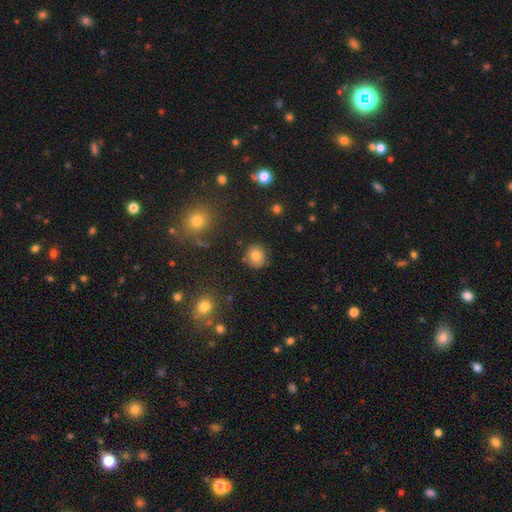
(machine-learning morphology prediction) Smooth or featured? Predicted: smooth (p=0.81). How rounded? Predicted: round (p=0.80). Merging? Predicted: none (p=0.84).